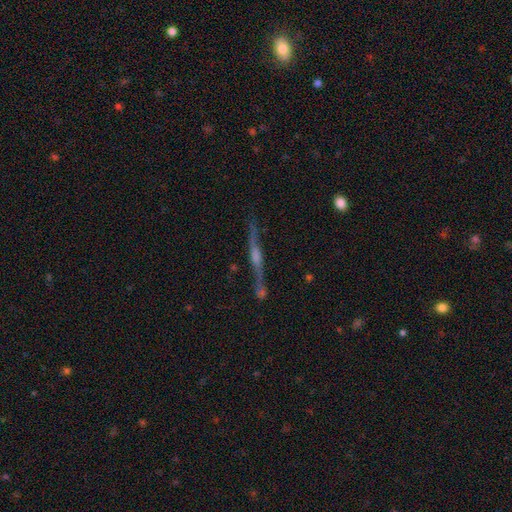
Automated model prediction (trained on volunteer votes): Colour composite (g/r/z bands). It shows a featured or disk galaxy (80%) viewed edge-on (96%) with a rounded central bulge (70%). Merging: none (75%).